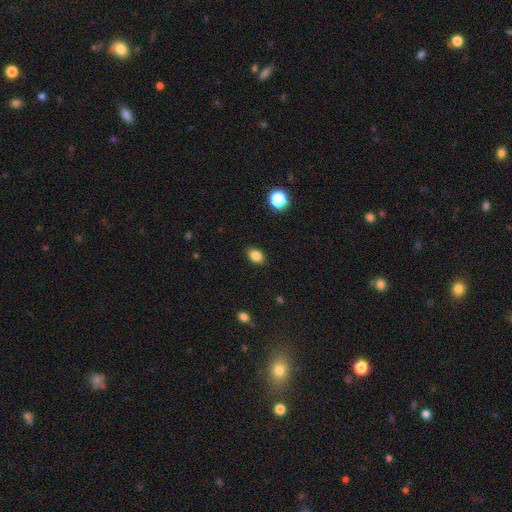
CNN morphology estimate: Smooth or featured? smooth (85%)
How rounded? in between (73%)
Merging? none (87%)